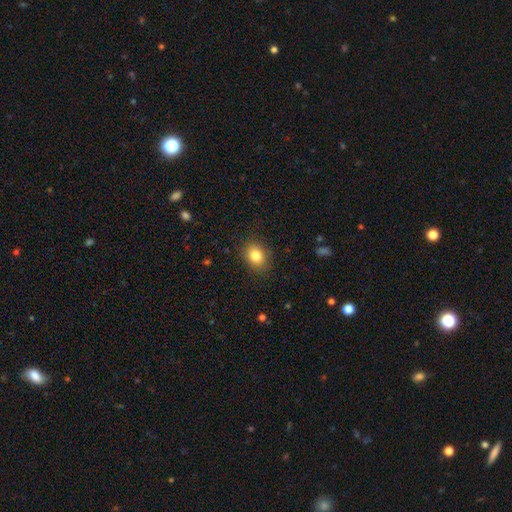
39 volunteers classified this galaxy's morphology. Volunteers were most divided on "how rounded": in between: 59%, round: 41%, cigar-shaped: 0%. More confident: smooth or featured — smooth (95%); merging — none (74%).